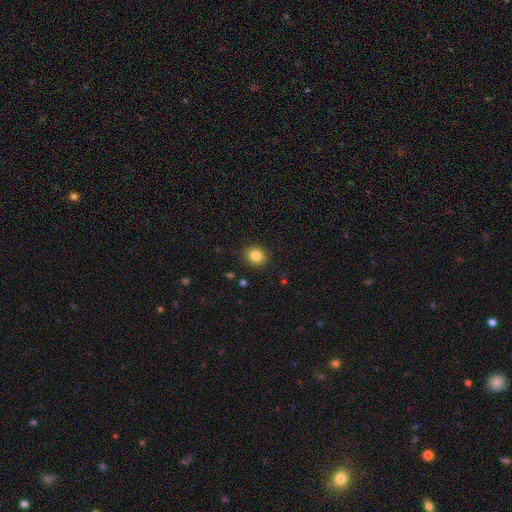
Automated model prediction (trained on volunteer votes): A smooth galaxy with no disk features (84%) that is round (82%).

Vote fractions:
- Smooth or featured? smooth: 84% / star or artifact: 10% / featured or disk: 5%
- How rounded? round: 82% / in between: 18% / cigar-shaped: 1%
- Merging? none: 89% / minor disturbance: 7% / major disturbance: 2% / merger: 1%